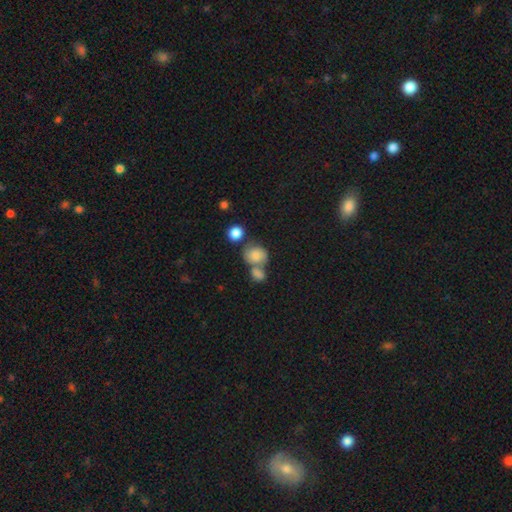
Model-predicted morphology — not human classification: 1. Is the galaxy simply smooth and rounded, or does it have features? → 74% smooth, 16% featured or disk, 10% star or artifact.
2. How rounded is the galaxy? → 58% round, 41% in between, 1% cigar-shaped.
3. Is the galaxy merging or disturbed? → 48% merger, 32% none, 13% minor disturbance, 7% major disturbance.